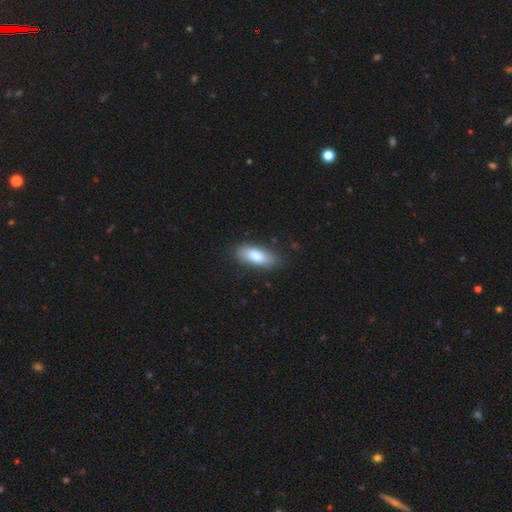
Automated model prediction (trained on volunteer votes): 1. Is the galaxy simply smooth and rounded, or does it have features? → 81% smooth, 13% featured or disk, 6% star or artifact.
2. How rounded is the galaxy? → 78% in between, 19% cigar-shaped, 2% round.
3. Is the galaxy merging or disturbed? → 81% none, 14% minor disturbance, 3% major disturbance, 1% merger.